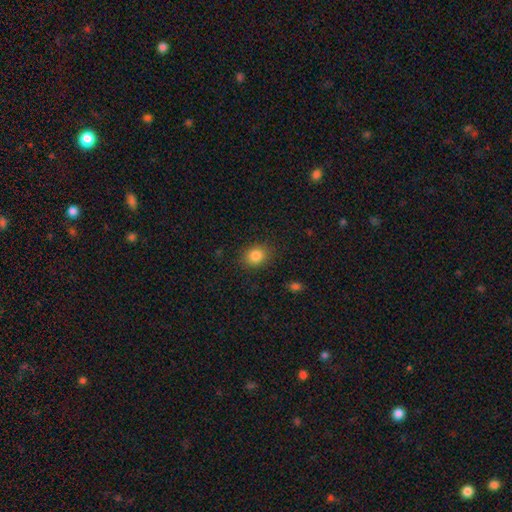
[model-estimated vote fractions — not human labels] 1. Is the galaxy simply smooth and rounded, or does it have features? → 85% smooth, 10% star or artifact, 5% featured or disk.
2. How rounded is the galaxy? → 58% round, 41% in between, 1% cigar-shaped.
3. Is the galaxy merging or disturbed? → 86% none, 10% minor disturbance, 3% major disturbance, 1% merger.